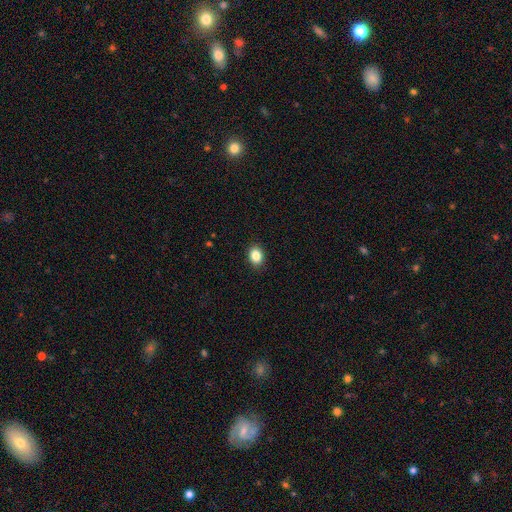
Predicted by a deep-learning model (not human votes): This is clearly a smooth galaxy (86%). How rounded: likely in between (61%). Merging: clearly none (90%).